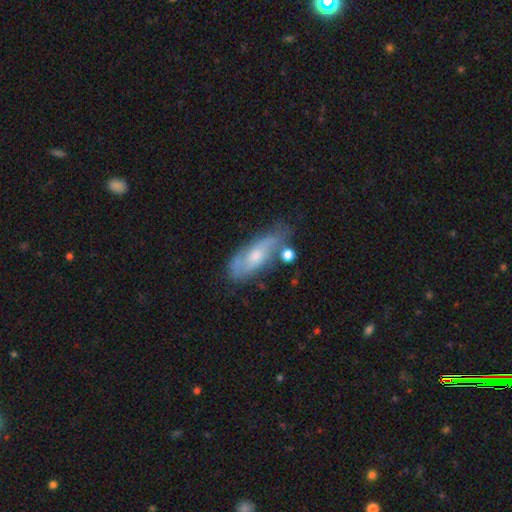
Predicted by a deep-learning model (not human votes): A featured or disk galaxy (57%).

Vote fractions:
- Smooth or featured? featured or disk: 57% / smooth: 36% / star or artifact: 7%
- Edge-on disk? no: 79% / yes: 21%
- Merging? none: 57% / minor disturbance: 25% / merger: 9% / major disturbance: 9%